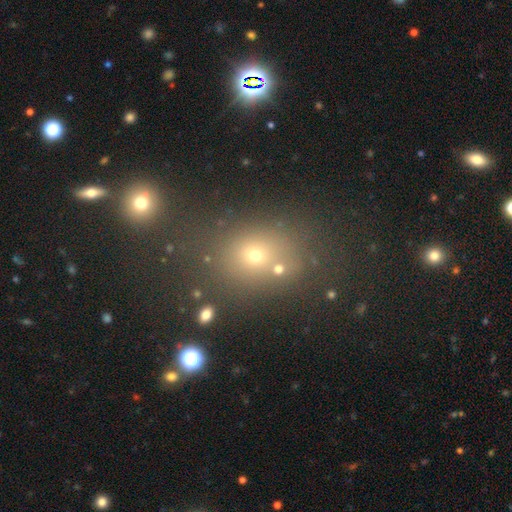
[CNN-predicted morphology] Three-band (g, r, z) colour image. It shows a smooth galaxy with no disk features (63%) that is round (54%). Merging: none (67%).